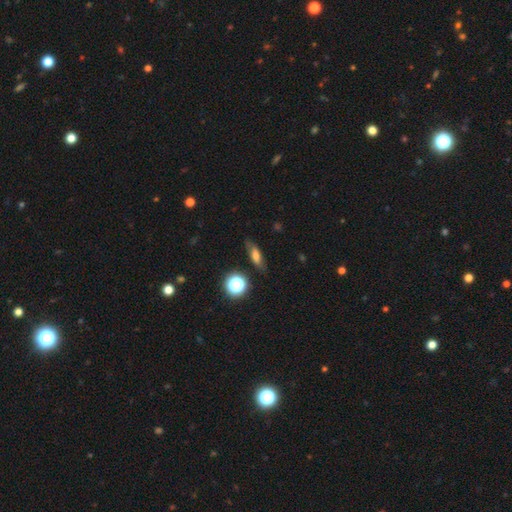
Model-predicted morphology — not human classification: A smooth galaxy with no disk features (60%) that is in between round and cigar-shaped (51%). Merging: none (76%).